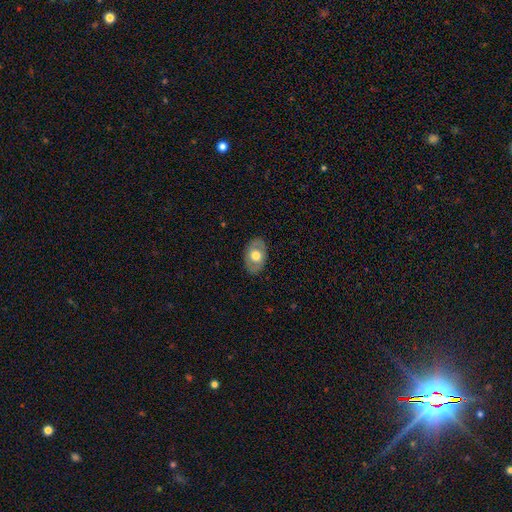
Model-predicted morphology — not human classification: A smooth galaxy with no disk features (57%) that is in between round and cigar-shaped (83%). Merging: none (83%).